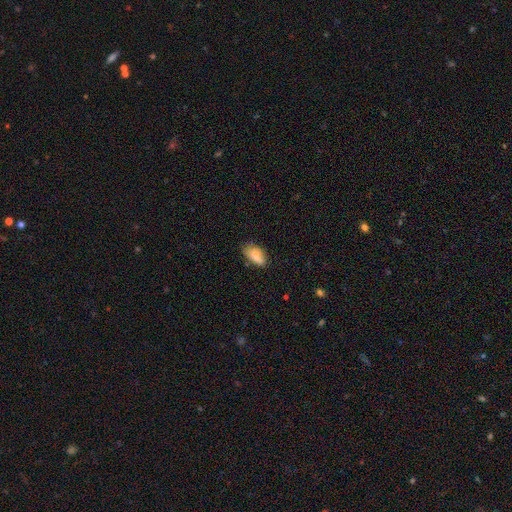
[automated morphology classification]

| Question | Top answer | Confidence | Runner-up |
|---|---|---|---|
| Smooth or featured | smooth | 78% | featured or disk (14%) |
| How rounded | in between | 89% | cigar-shaped (7%) |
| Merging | none | 54% | minor disturbance (31%) |